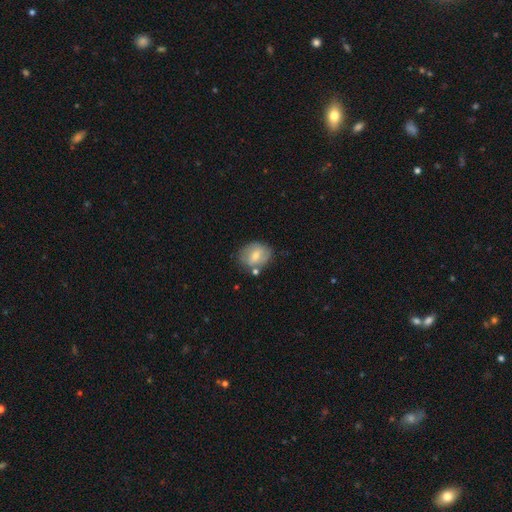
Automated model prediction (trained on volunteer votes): Q: Smooth or featured?
A: smooth (58%); runner-up: featured or disk (35%)
Q: How rounded?
A: in between (55%); runner-up: round (43%)
Q: Merging?
A: none (66%); runner-up: minor disturbance (19%)